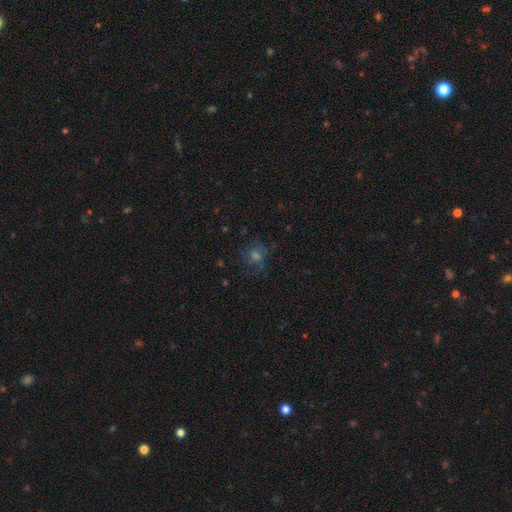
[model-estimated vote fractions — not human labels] smooth_or_featured: smooth (p=0.39) [alt: featured or disk p=0.32]
merging: none (p=0.64) [alt: minor disturbance p=0.18]